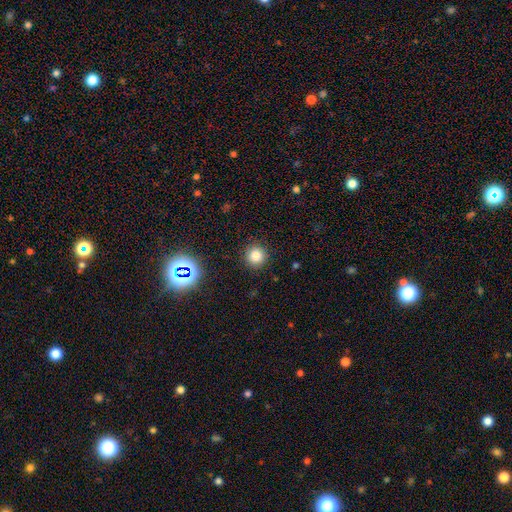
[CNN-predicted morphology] Smooth or featured?
  - smooth: 78% *
  - star or artifact: 16%
  - featured or disk: 6%
How rounded?
  - round: 94% *
  - in between: 5%
  - cigar-shaped: 1%
Merging?
  - none: 90% *
  - minor disturbance: 7%
  - major disturbance: 2%
  - merger: 1%